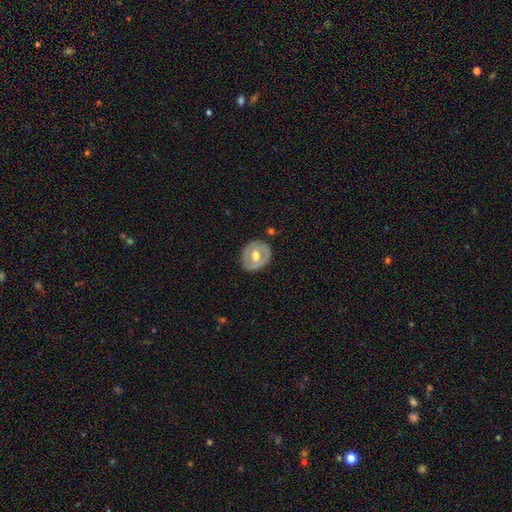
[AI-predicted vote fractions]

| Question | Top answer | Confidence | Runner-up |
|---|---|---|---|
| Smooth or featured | featured or disk | 52% | smooth (43%) |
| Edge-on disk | no | 94% | yes (6%) |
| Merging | none | 81% | minor disturbance (13%) |